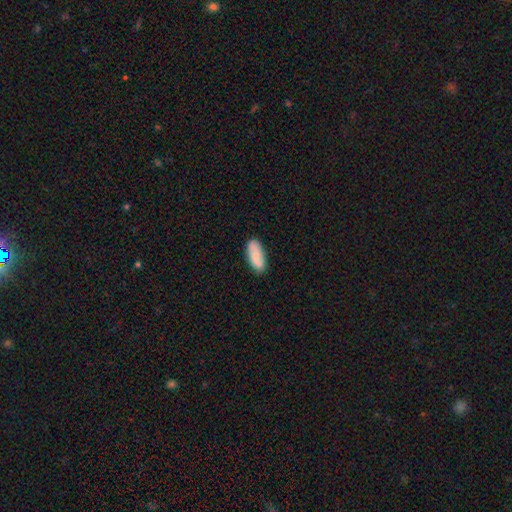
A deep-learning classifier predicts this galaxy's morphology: This appears to be a smooth galaxy with no disk features (77%) that is in between round and cigar-shaped (86%). Merging: none (81%).